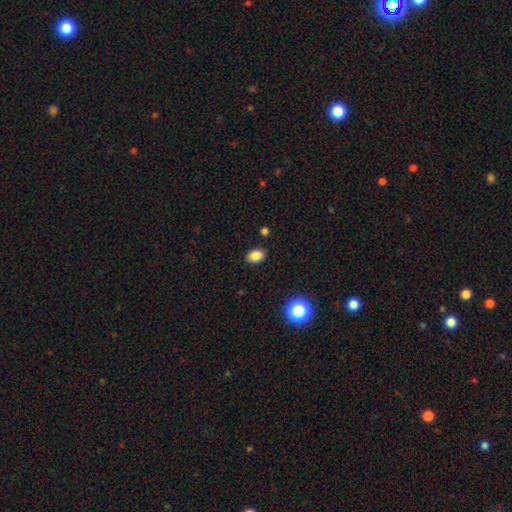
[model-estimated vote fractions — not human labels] A smooth galaxy with no disk features (85%) that is in between round and cigar-shaped (78%). Merging: none (87%).